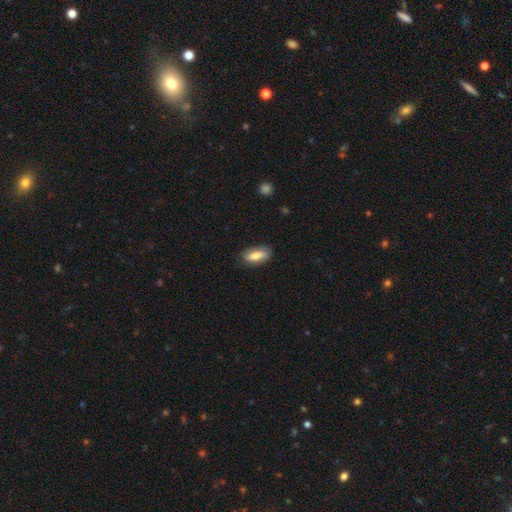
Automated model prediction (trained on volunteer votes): Morphology: type=smooth (74%); roundness=in between (78%); merging=none (81%).